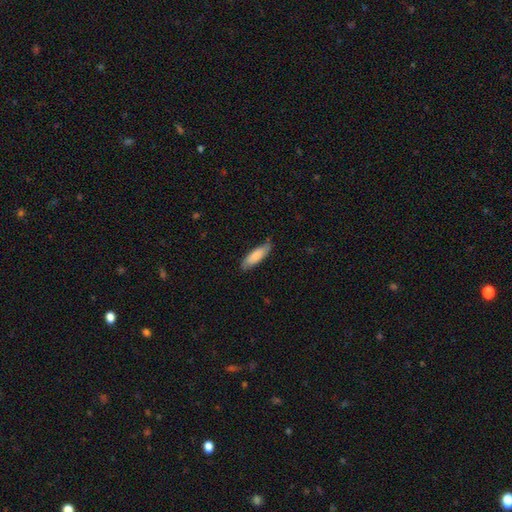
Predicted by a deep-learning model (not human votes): smooth 79%, featured or disk 16%, star or artifact 5%. Down the decision tree: how rounded — cigar-shaped (51%); merging — none (78%).